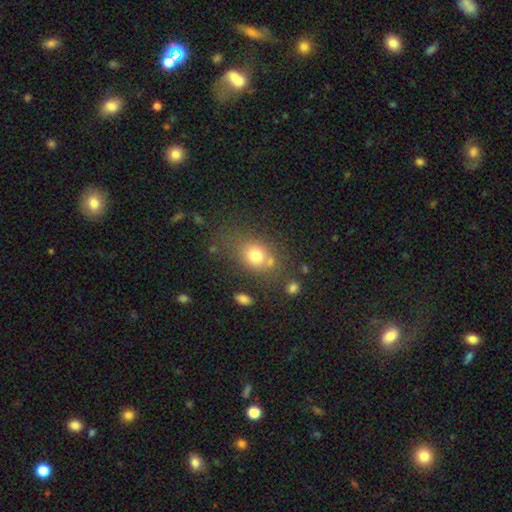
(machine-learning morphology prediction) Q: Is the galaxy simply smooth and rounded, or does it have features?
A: smooth — 74%.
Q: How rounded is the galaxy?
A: in between — 52%.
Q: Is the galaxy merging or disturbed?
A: none — 59%.